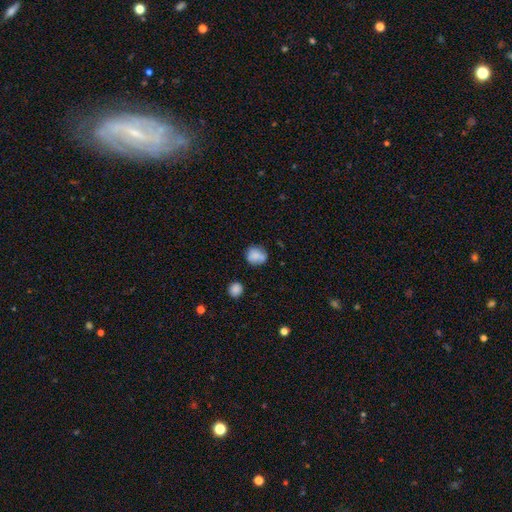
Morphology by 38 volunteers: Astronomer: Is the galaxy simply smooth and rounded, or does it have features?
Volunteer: smooth — 82%.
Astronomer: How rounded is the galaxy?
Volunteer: round — 74%.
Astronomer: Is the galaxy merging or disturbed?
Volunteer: none — 57% (runner-up: minor disturbance, 34%).